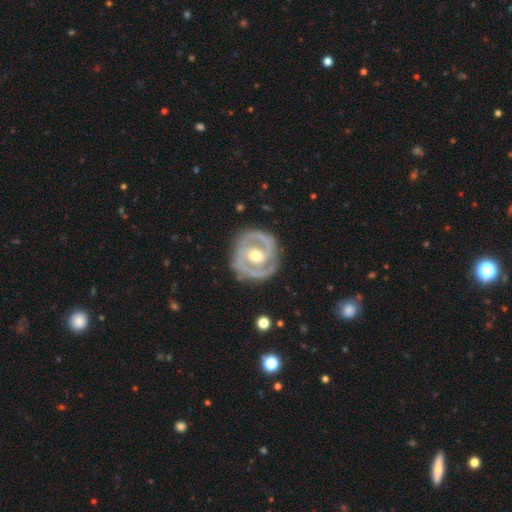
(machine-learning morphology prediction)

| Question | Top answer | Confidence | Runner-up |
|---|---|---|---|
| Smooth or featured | featured or disk | 83% | smooth (13%) |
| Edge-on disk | no | 97% | yes (3%) |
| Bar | no | 47% | weak (35%) |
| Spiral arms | yes | 79% | no (21%) |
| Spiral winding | tight | 54% | medium (36%) |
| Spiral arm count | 2 | 74% | can't tell (11%) |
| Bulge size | moderate | 73% | large (13%) |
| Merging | none | 80% | minor disturbance (13%) |